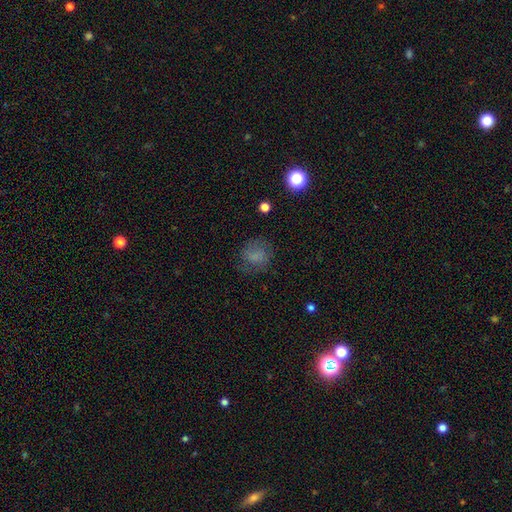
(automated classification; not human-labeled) Smooth or featured? Predicted: smooth (p=0.66). How rounded? Predicted: round (p=0.75). Merging? Predicted: none (p=0.69).